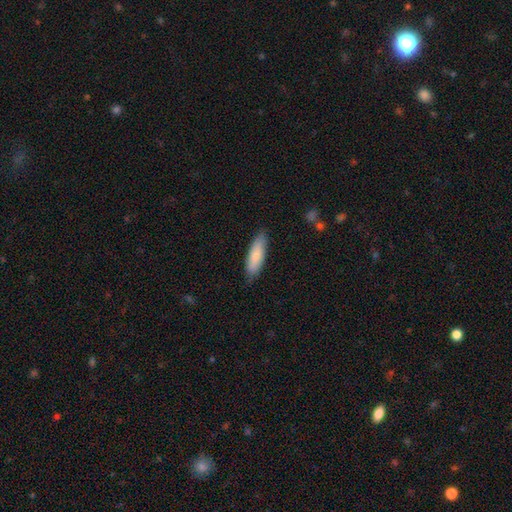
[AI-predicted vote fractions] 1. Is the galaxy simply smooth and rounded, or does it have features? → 84% smooth, 11% featured or disk, 5% star or artifact.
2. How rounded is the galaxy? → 54% cigar-shaped, 44% in between, 1% round.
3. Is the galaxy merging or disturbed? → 83% none, 13% minor disturbance, 2% major disturbance, 1% merger.